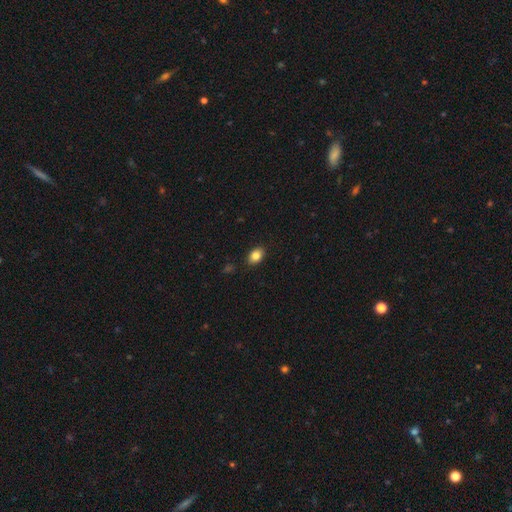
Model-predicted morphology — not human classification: smooth-or-featured: smooth: 84% | star or artifact: 9% | featured or disk: 7%
  how-rounded: in between: 79% | round: 20% | cigar-shaped: 1%
  merging: none: 88% | minor disturbance: 9% | major disturbance: 2% | merger: 1%